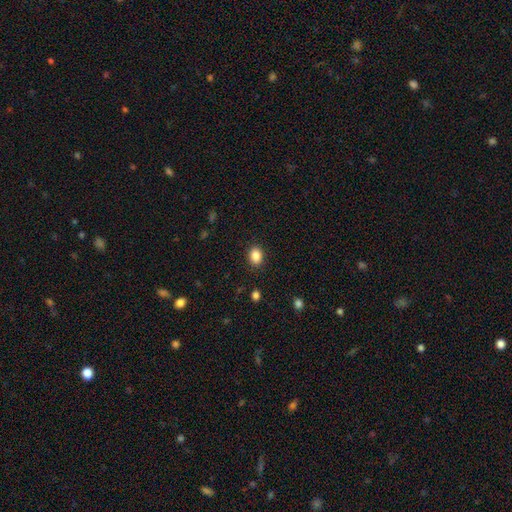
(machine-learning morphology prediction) type=smooth (87%); roundness=in between (62%); merging=none (88%).